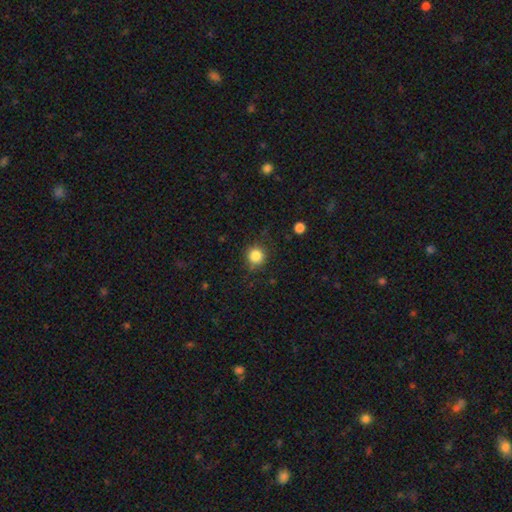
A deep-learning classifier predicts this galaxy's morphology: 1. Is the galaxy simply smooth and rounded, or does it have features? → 85% smooth, 11% star or artifact, 4% featured or disk.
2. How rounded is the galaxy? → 93% round, 6% in between, 1% cigar-shaped.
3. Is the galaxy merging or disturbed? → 85% none, 10% minor disturbance, 3% major disturbance, 2% merger.